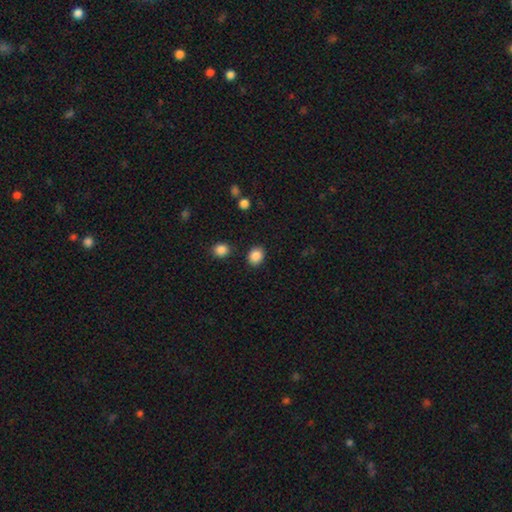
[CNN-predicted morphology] Smooth or featured: smooth — 87% (star or artifact — 9%)
How rounded: round — 61% (in between — 38%)
Merging: none — 86% (minor disturbance — 8%)